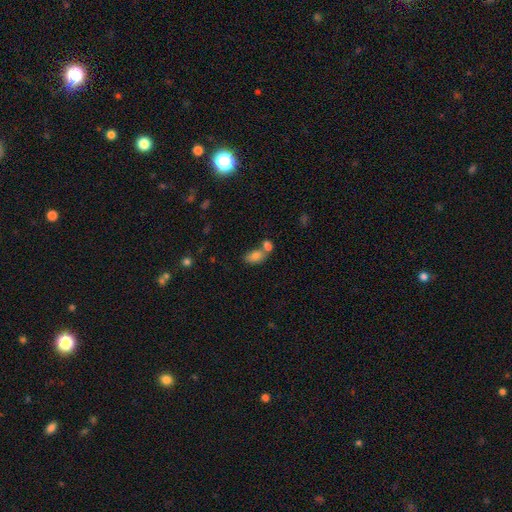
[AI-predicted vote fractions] This is likely a smooth galaxy (80%). How rounded: clearly in between (89%). Merging: possibly merger (47%).